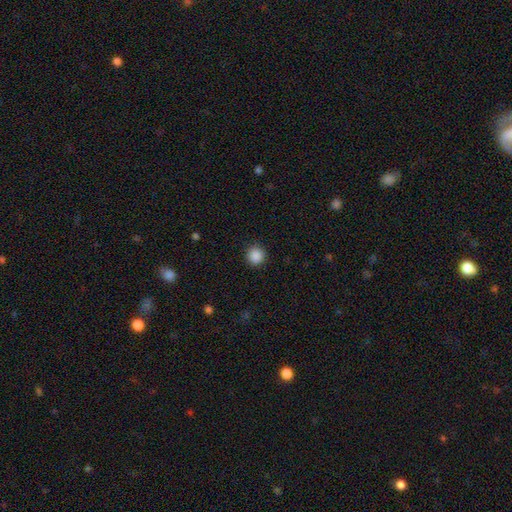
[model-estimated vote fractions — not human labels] Q: Smooth or featured?
A: smooth (88%); runner-up: star or artifact (10%)
Q: How rounded?
A: round (94%); runner-up: in between (5%)
Q: Merging?
A: none (92%); runner-up: minor disturbance (5%)